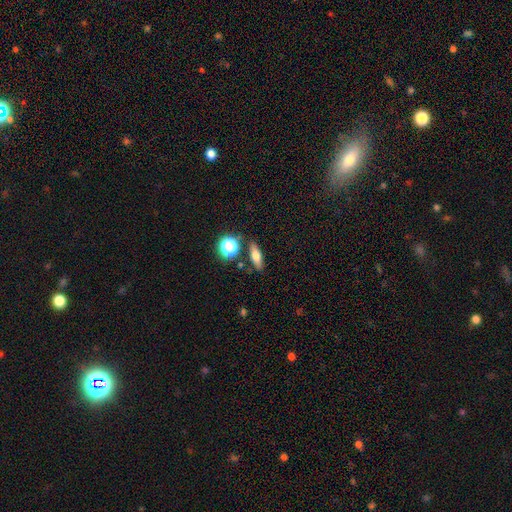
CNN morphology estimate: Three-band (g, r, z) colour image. It shows a smooth galaxy with no disk features (61%) that is in between round and cigar-shaped (47%). Merging: none (82%).